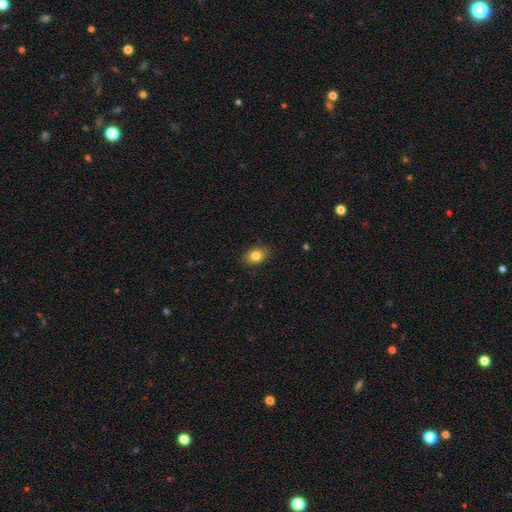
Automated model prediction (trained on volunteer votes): This appears to be a smooth galaxy with no disk features (81%) that is in between round and cigar-shaped (79%). Merging: none (87%).